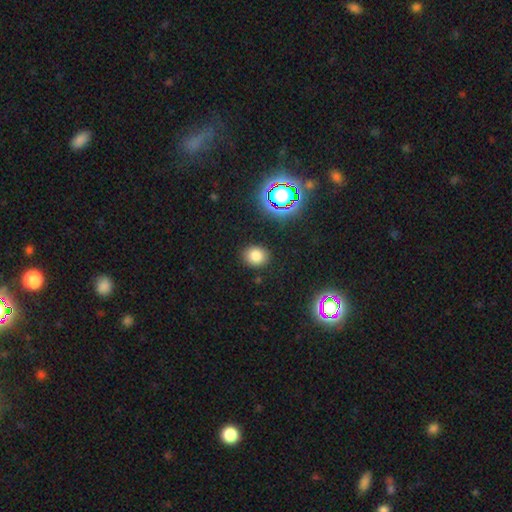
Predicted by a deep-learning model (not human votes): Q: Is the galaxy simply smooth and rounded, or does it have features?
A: smooth — 78%.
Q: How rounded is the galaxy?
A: round — 68%.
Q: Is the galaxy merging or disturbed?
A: none — 87%.